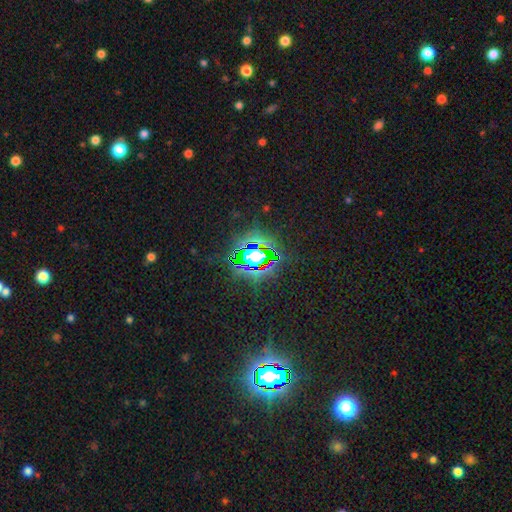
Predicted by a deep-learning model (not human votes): Morphology: type=star or artifact (76%).